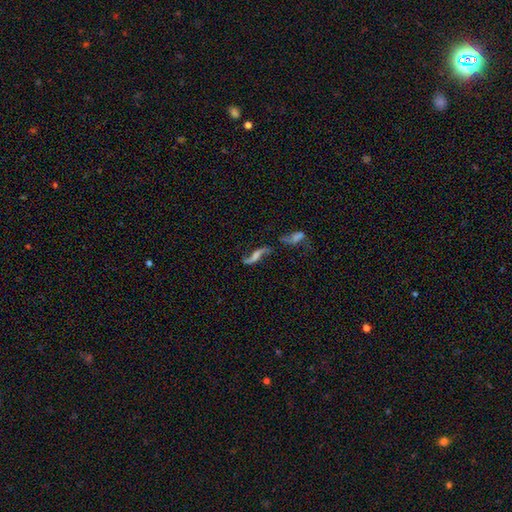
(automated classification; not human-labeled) Smooth or featured? Predicted: featured or disk (p=0.73). Edge-on disk? Predicted: no (p=0.85). Bar? Predicted: no (p=0.47). Spiral arms? Predicted: yes (p=0.89). Spiral winding? Predicted: loose (p=0.92). Spiral arm count? Predicted: 2 (p=0.89). Bulge size? Predicted: none (p=0.39). Merging? Predicted: none (p=0.47).